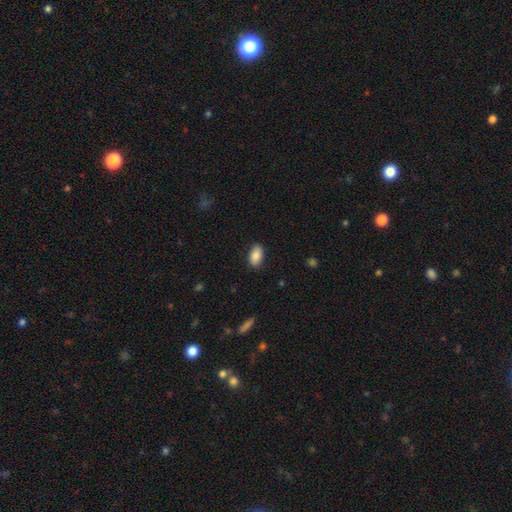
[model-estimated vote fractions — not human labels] smooth 84%, featured or disk 10%, star or artifact 7%. Down the decision tree: how rounded — in between (93%); merging — none (87%).